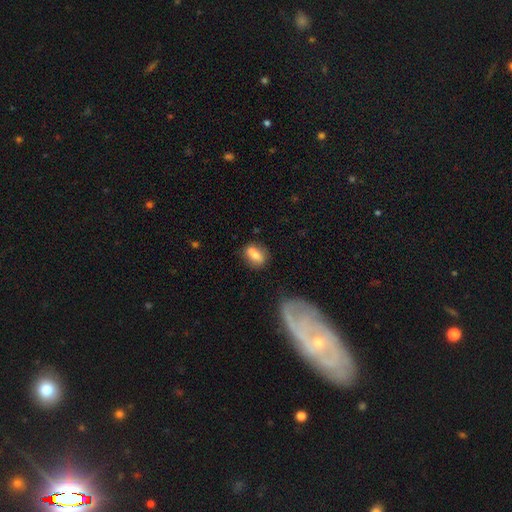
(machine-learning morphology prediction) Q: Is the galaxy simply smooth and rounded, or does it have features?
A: smooth — 73%.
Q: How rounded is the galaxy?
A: in between — 67%.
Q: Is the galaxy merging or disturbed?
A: none — 53%.